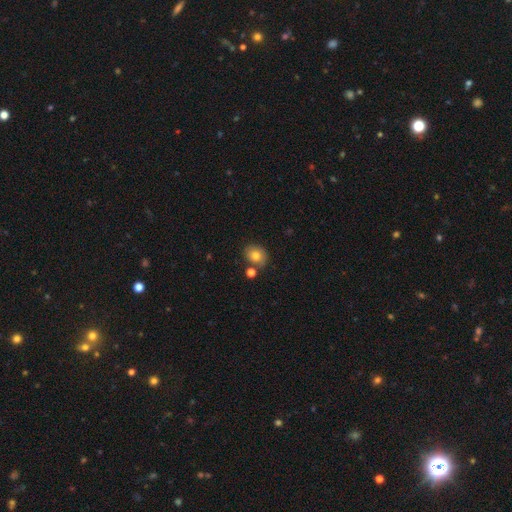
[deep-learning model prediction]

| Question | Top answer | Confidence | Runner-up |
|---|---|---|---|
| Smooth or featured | smooth | 78% | featured or disk (11%) |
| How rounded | round | 59% | in between (41%) |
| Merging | none | 72% | minor disturbance (13%) |